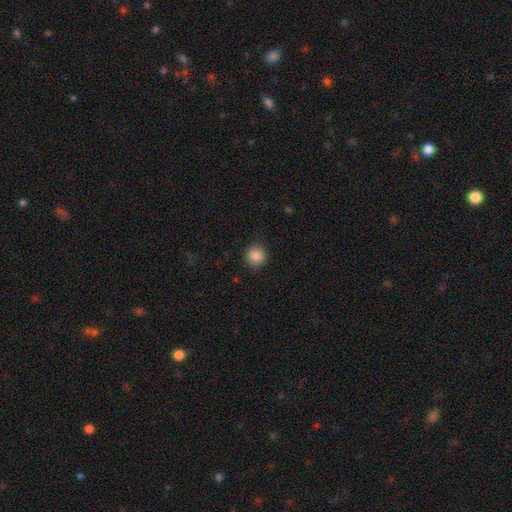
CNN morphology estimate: type=smooth (86%); roundness=round (91%); merging=none (88%).